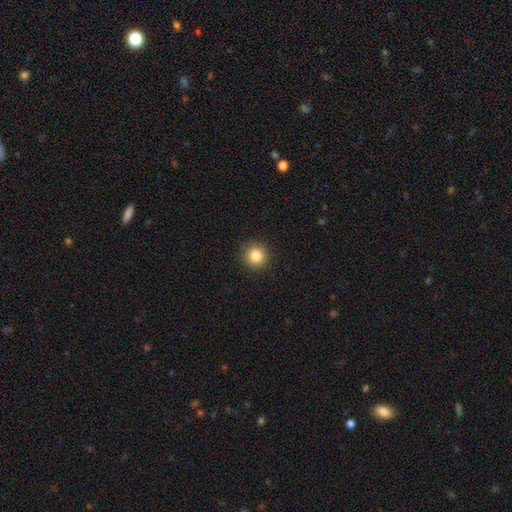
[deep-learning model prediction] Overall: smooth (83%). How rounded: round (94%). Merging: none (92%).